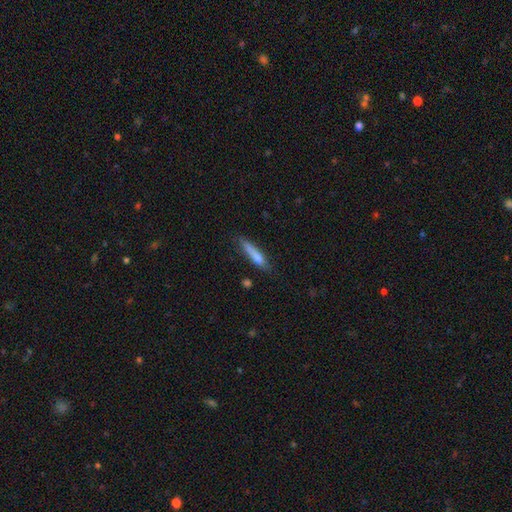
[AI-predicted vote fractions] Morphology: type=smooth (74%); roundness=cigar-shaped (85%); merging=none (66%).